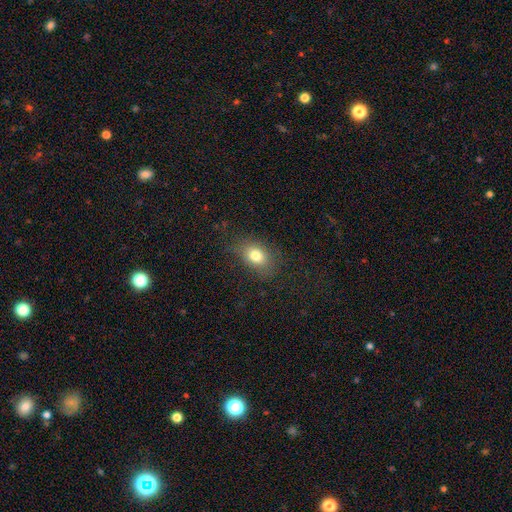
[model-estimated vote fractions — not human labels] smooth_or_featured: smooth (p=0.77) [alt: star or artifact p=0.12]
how_rounded: in between (p=0.71) [alt: round p=0.27]
merging: none (p=0.76) [alt: minor disturbance p=0.16]